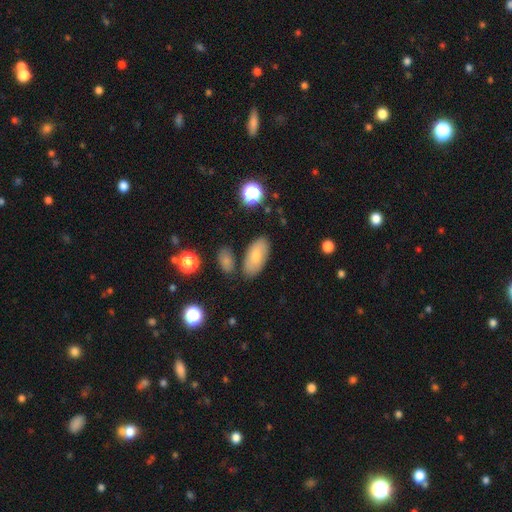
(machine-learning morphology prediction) Smooth or featured: smooth — 74% (featured or disk — 18%)
How rounded: in between — 93% (cigar-shaped — 4%)
Merging: none — 77% (minor disturbance — 13%)